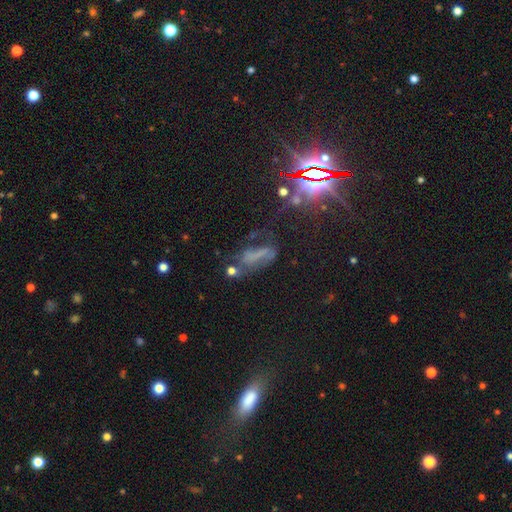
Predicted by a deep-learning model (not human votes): Q: Smooth or featured?
A: star or artifact (38%); runner-up: featured or disk (34%)